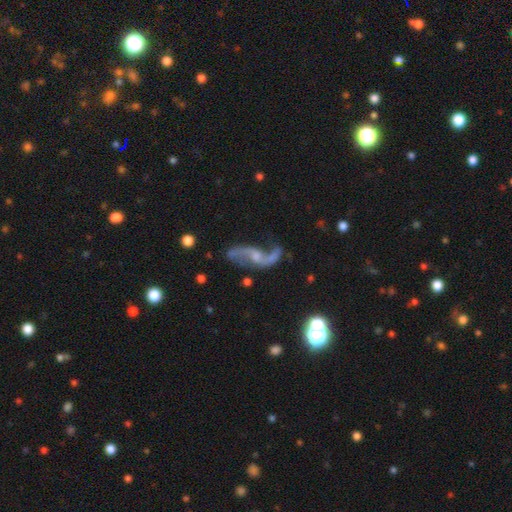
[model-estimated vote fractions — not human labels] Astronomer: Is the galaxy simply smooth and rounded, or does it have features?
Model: featured or disk — 84%.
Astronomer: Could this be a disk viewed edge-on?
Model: no — 93%.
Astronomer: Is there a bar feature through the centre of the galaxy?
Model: no — 48% (runner-up: weak, 38%).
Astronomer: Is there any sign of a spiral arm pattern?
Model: yes — 95%.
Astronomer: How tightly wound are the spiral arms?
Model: loose — 73%.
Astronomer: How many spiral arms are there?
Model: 2 — 90%.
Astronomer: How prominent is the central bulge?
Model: small — 56%.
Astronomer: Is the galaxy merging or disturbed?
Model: none — 69%.